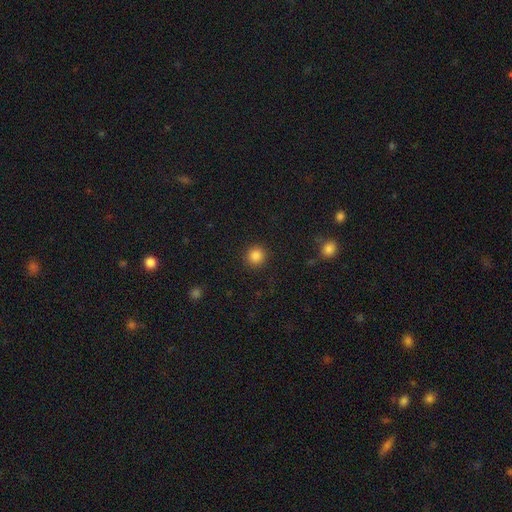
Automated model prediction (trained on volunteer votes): Overall: smooth (85%). How rounded: round (92%). Merging: none (91%).